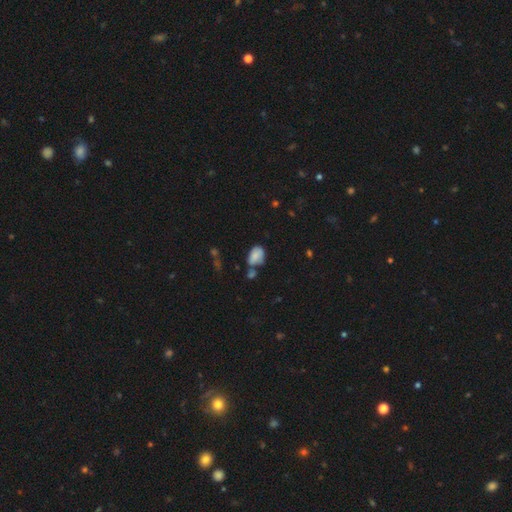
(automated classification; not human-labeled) Smooth or featured: smooth — 75% (featured or disk — 15%)
How rounded: in between — 83% (round — 16%)
Merging: none — 37% (minor disturbance — 27%)